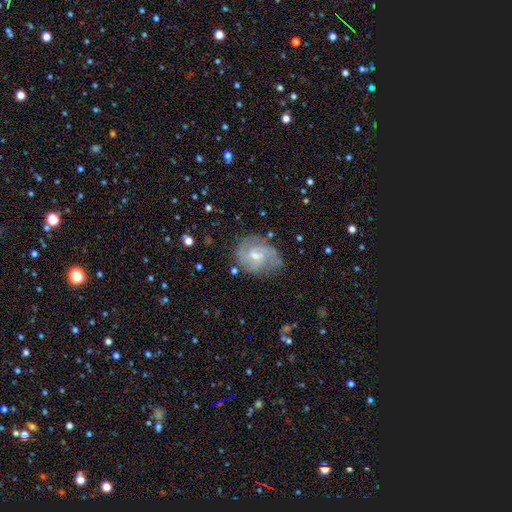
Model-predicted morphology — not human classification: Smooth or featured? featured or disk (62%)
Edge-on disk? no (97%)
Bar? weak (50%)
Spiral arms? yes (85%)
Spiral winding? medium (41%)
Spiral arm count? 2 (51%)
Bulge size? moderate (49%)
Merging? none (66%)